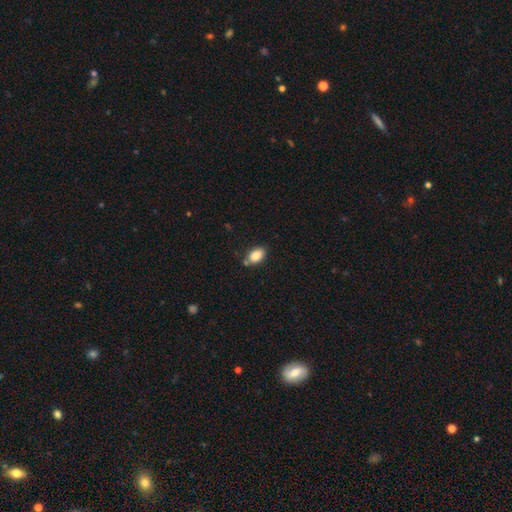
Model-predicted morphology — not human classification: A smooth galaxy with no disk features (85%) that is in between round and cigar-shaped (90%).

Vote fractions:
- Smooth or featured? smooth: 85% / star or artifact: 8% / featured or disk: 7%
- How rounded? in between: 90% / round: 8% / cigar-shaped: 2%
- Merging? none: 74% / minor disturbance: 15% / merger: 8% / major disturbance: 3%